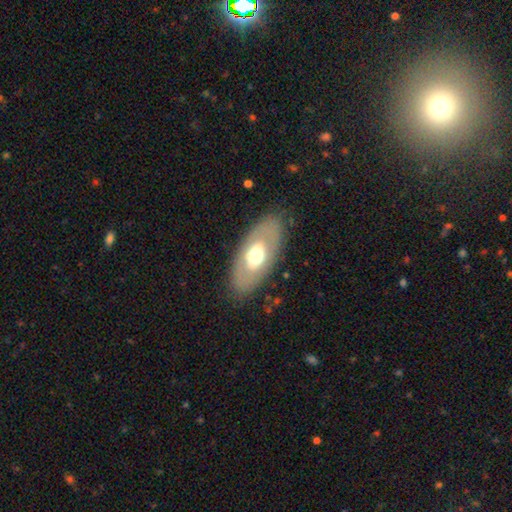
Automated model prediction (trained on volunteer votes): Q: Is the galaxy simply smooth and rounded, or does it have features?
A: smooth — 49%.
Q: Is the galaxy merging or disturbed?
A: none — 82%.